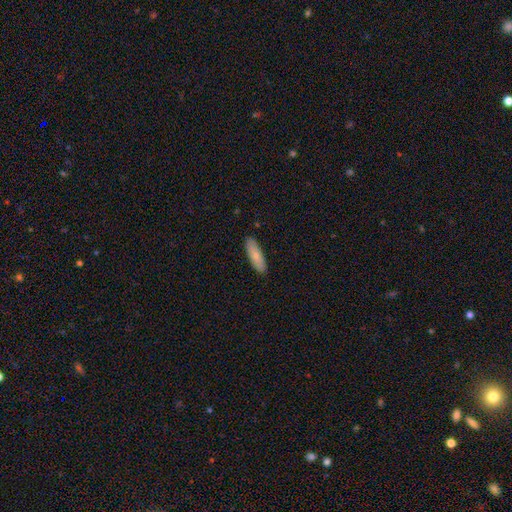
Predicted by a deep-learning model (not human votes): smooth_or_featured: smooth (p=0.80) [alt: featured or disk p=0.15]
how_rounded: cigar-shaped (p=0.50) [alt: in between p=0.48]
merging: none (p=0.89) [alt: minor disturbance p=0.09]